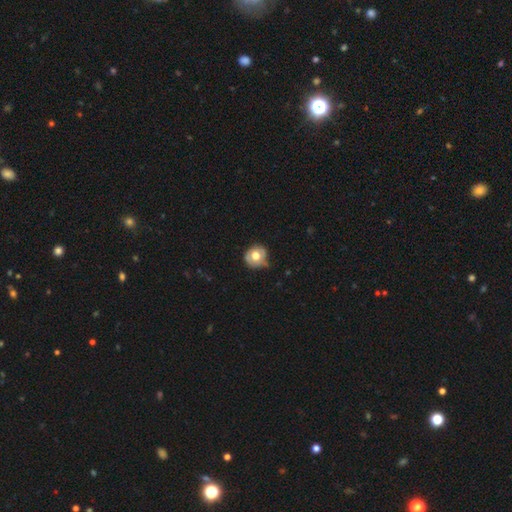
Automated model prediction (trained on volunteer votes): This is likely a smooth galaxy (61%). How rounded: clearly round (85%). Merging: possibly none (58%).